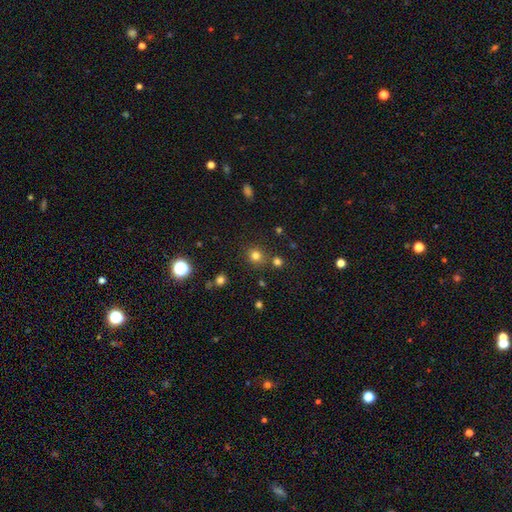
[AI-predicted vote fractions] Overall: smooth (76%). How rounded: round (88%). Merging: none (80%).